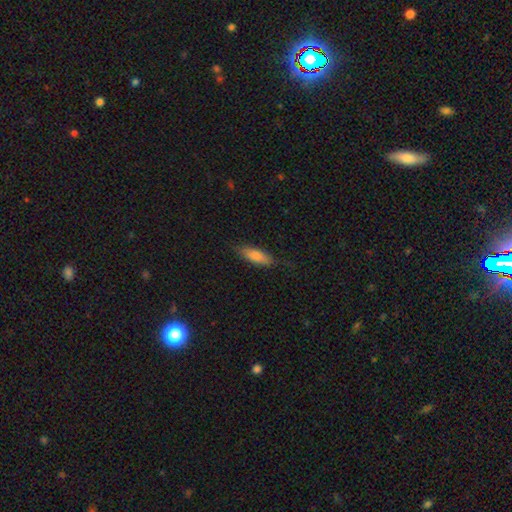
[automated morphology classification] Overall: smooth (78%). How rounded: in between (54%; cigar-shaped 44%). Merging: none (79%).